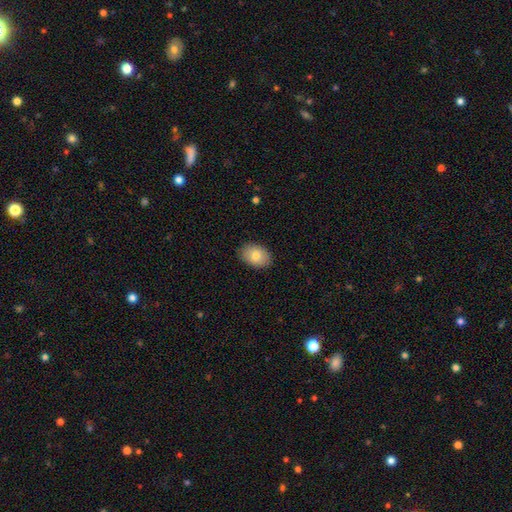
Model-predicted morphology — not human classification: Q: Smooth or featured?
A: smooth (83%); runner-up: featured or disk (10%)
Q: How rounded?
A: in between (80%); runner-up: round (19%)
Q: Merging?
A: none (88%); runner-up: minor disturbance (9%)